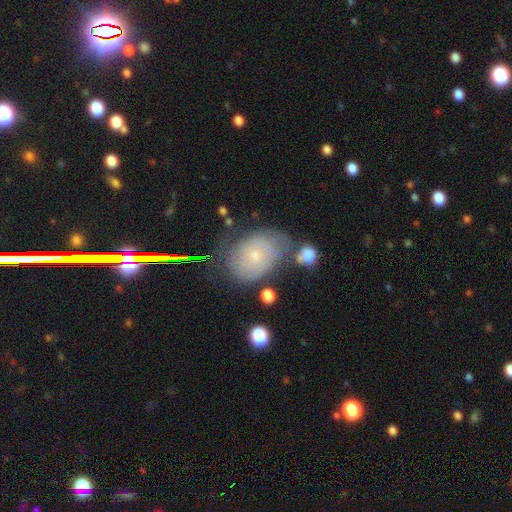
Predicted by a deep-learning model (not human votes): smooth-or-featured: featured or disk: 53% | smooth: 34% | star or artifact: 13%
  disk-edge-on: no: 95% | yes: 5%
    bar: no: 81% | weak: 16% | strong: 3%
    has-spiral-arms: yes: 77% | no: 23%
    bulge-size: small: 73% | moderate: 22% | none: 3% | large: 2% | dominant: 1%
  merging: none: 62% | minor disturbance: 20% | merger: 9% | major disturbance: 8%